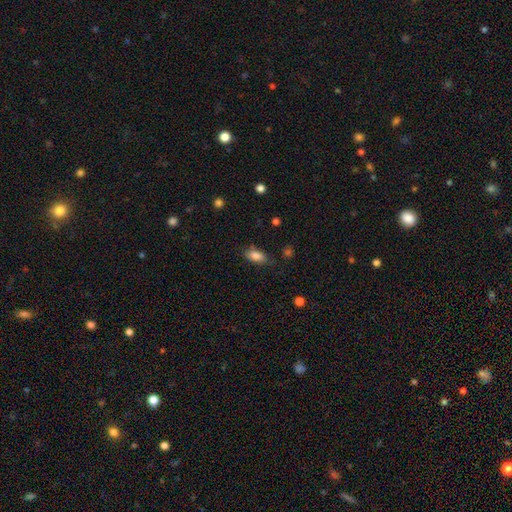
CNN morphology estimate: This is clearly a smooth galaxy (83%). How rounded: clearly in between (88%). Merging: likely none (73%).